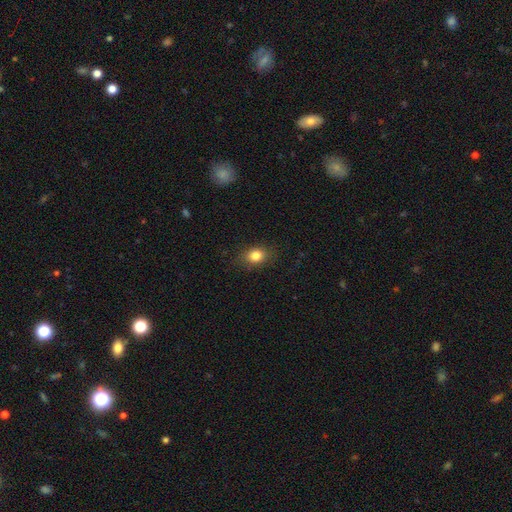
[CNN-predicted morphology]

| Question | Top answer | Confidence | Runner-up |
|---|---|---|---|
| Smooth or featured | smooth | 83% | star or artifact (10%) |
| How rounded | in between | 60% | round (39%) |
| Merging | none | 84% | minor disturbance (12%) |